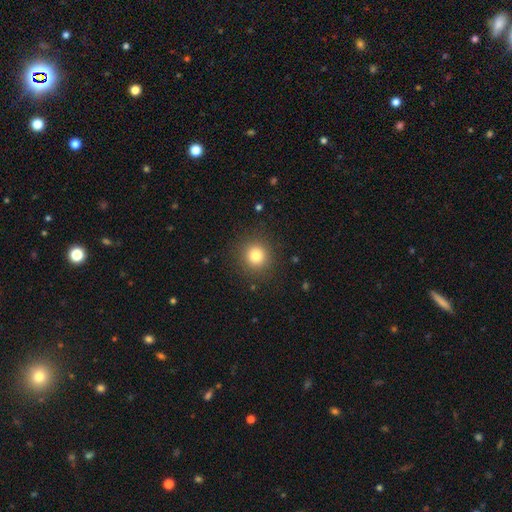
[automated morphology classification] A smooth galaxy with no disk features (80%) that is round (93%). Merging: none (89%).